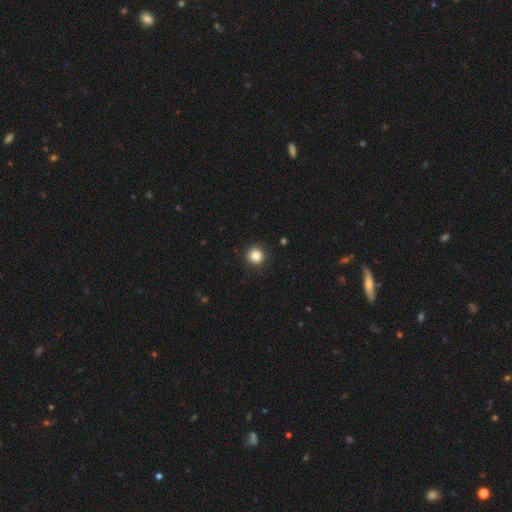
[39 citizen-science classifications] Smooth or featured: smooth — 87% (featured or disk — 8%)
How rounded: round — 100%
Merging: none — 89% (minor disturbance — 5%)